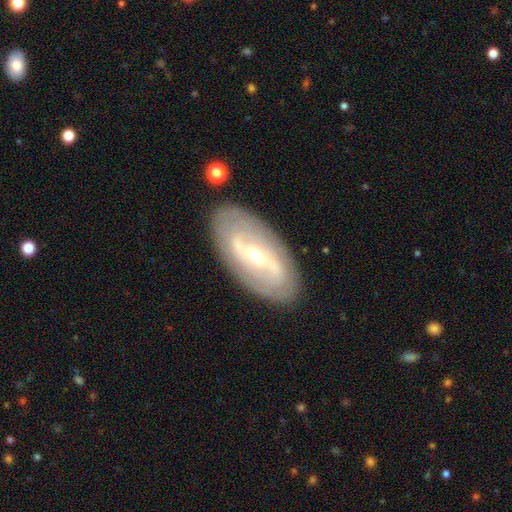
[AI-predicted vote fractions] The model was most divided on "bar": strong: 41%, weak: 39%, no: 19%. Remaining: edge-on disk — no (91%); merging — none (84%); smooth or featured — featured or disk (77%); spiral arms — yes (72%); spiral arm count — 2 (58%); bulge size — small (52%); spiral winding — tight (47%).